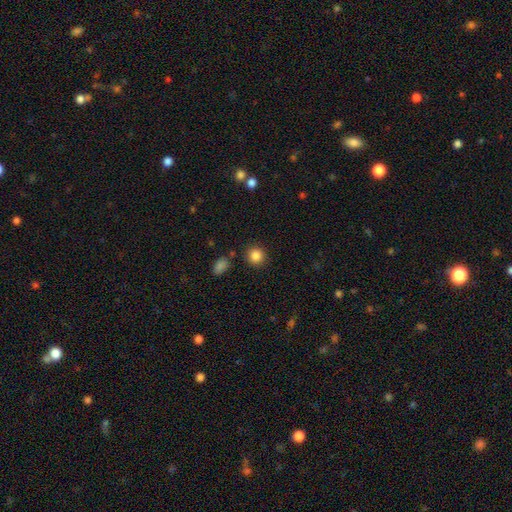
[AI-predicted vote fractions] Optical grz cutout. It shows a smooth galaxy with no disk features (86%) that is round (91%). Merging: none (88%).